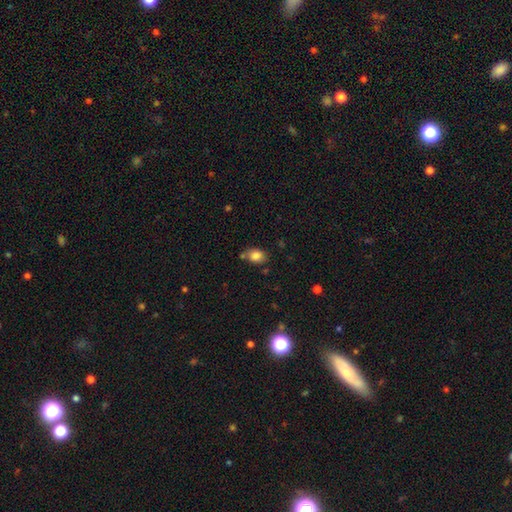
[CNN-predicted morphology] type=smooth (83%); roundness=in between (68%); merging=none (65%).